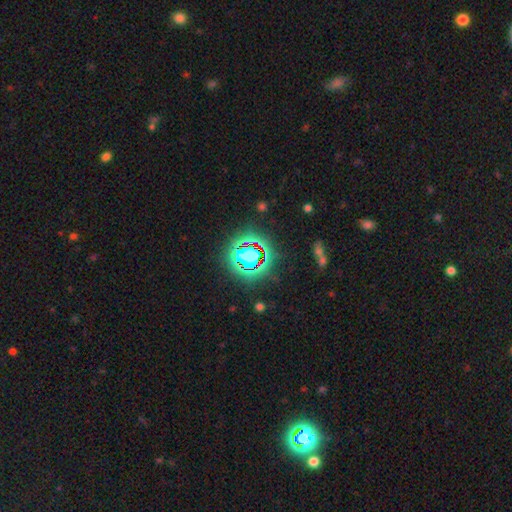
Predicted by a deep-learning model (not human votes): Morphology: type=star or artifact (79%).